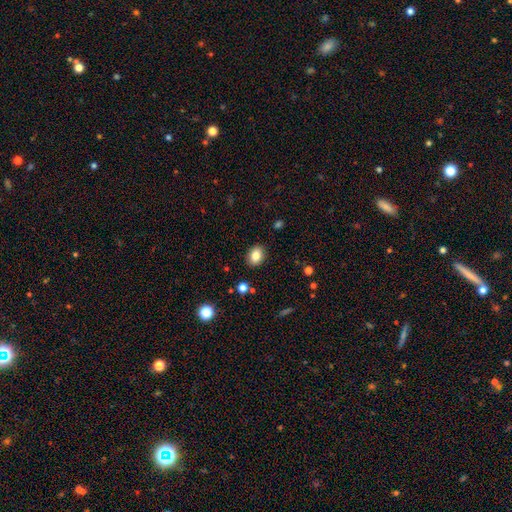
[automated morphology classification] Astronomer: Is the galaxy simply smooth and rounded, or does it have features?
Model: smooth — 83%.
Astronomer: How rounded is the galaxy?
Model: in between — 67%.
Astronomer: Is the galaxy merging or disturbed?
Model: none — 89%.